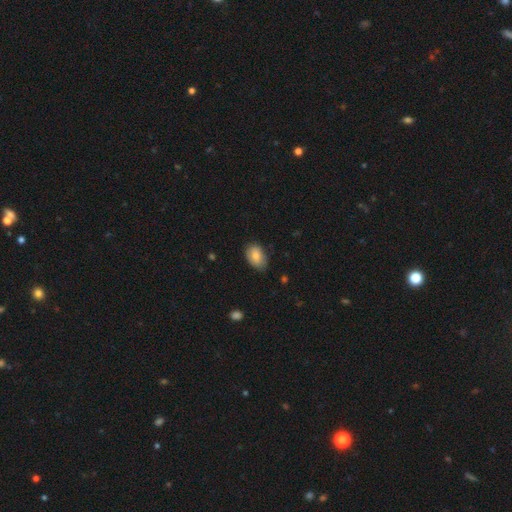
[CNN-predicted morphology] Smooth or featured? Predicted: smooth (p=0.80). How rounded? Predicted: in between (p=0.87). Merging? Predicted: none (p=0.71).